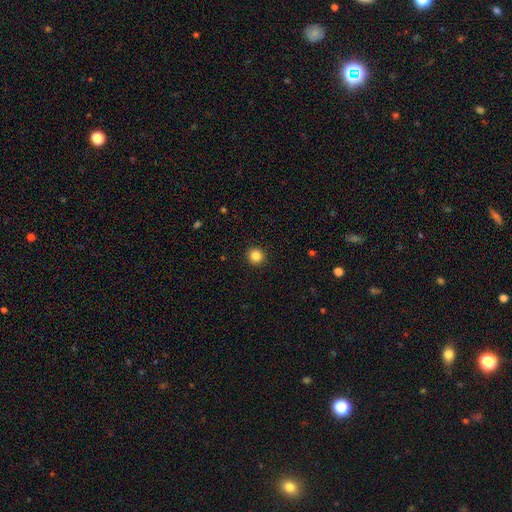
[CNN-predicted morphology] This is clearly a smooth galaxy (85%). How rounded: clearly round (93%). Merging: clearly none (92%).